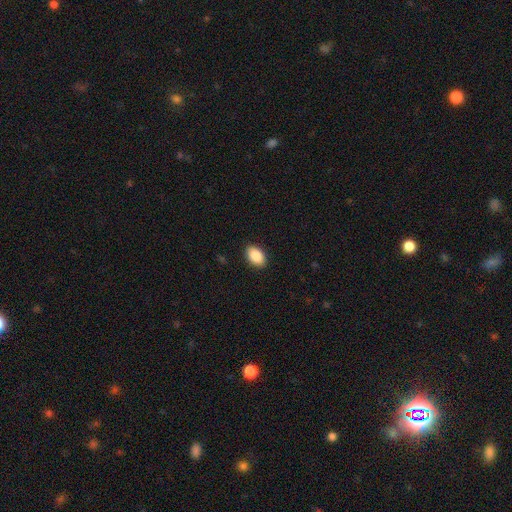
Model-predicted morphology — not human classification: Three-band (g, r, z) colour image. It shows a smooth galaxy with no disk features (89%) that is in between round and cigar-shaped (89%). Merging: none (90%).